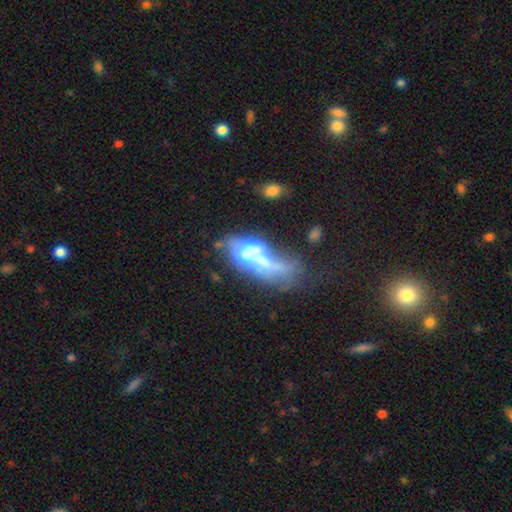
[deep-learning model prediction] Morphology: type=featured or disk (48%); merging=merger (43%).